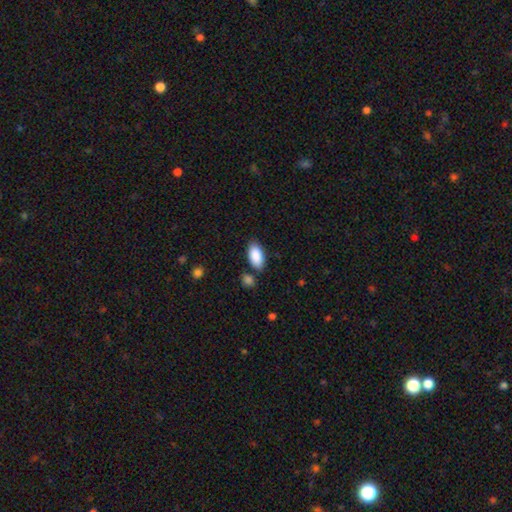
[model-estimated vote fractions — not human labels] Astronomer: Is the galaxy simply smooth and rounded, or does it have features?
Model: smooth — 90%.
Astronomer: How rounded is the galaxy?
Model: in between — 94%.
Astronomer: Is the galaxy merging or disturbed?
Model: none — 79%.